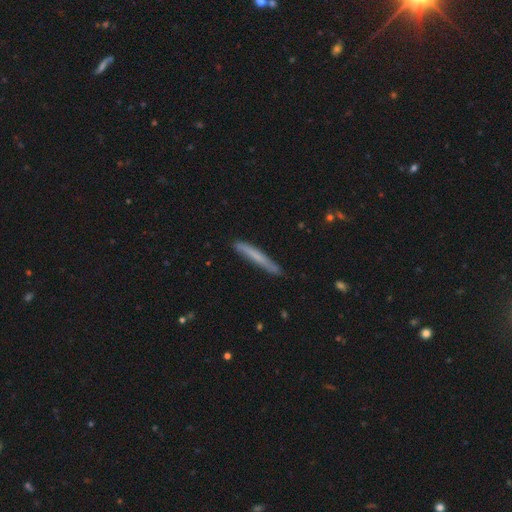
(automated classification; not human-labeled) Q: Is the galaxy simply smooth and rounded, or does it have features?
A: smooth — 62%.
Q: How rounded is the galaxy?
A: cigar-shaped — 96%.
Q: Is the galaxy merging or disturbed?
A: none — 82%.